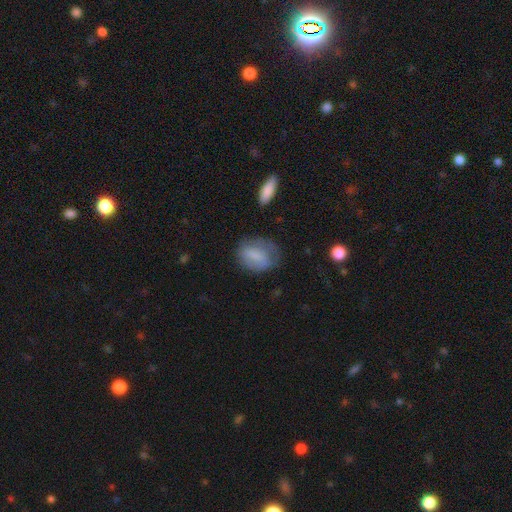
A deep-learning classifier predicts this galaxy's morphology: Smooth or featured? smooth (72%)
How rounded? in between (67%)
Merging? none (56%)